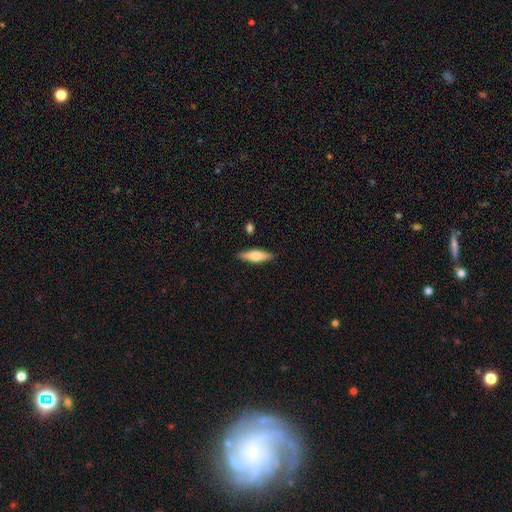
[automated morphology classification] The model was most divided on "smooth or featured": smooth: 54%, featured or disk: 40%, star or artifact: 6%. More confident: merging — none (87%); how rounded — cigar-shaped (64%).